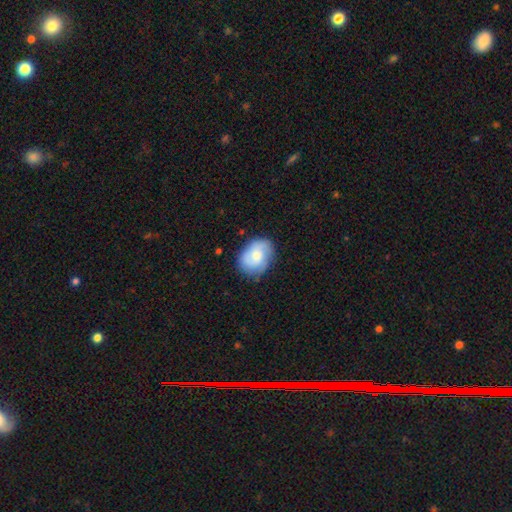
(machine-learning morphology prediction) The model was most divided on "smooth or featured": featured or disk: 48%, smooth: 45%, star or artifact: 7%. More confident: merging — none (72%).